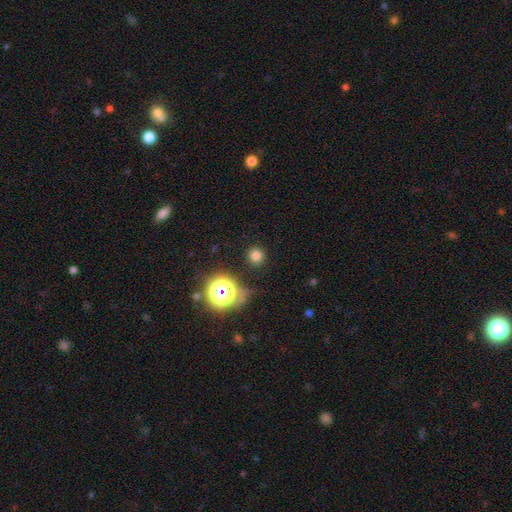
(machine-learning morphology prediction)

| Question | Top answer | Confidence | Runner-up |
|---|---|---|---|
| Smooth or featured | smooth | 73% | star or artifact (21%) |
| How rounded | round | 92% | in between (7%) |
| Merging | none | 88% | minor disturbance (7%) |